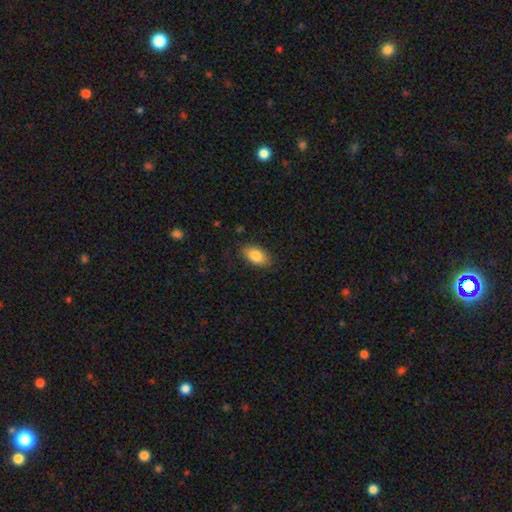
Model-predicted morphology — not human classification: type=smooth (83%); roundness=in between (91%); merging=none (84%).